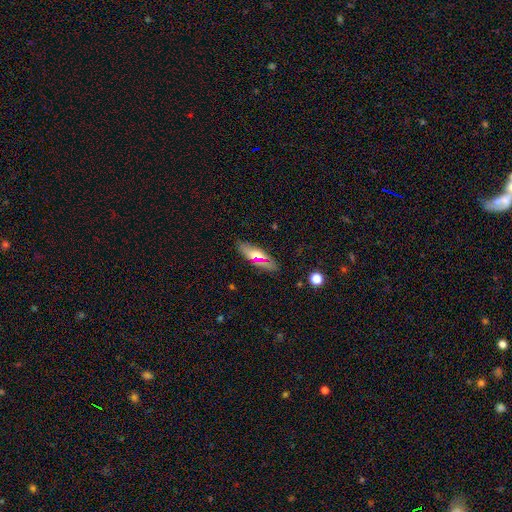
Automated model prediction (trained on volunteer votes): A smooth galaxy with no disk features (55%) that is in between round and cigar-shaped (52%).

Vote fractions:
- Smooth or featured? smooth: 55% / featured or disk: 35% / star or artifact: 9%
- How rounded? in between: 52% / cigar-shaped: 45% / round: 3%
- Merging? none: 85% / minor disturbance: 11% / major disturbance: 2% / merger: 2%